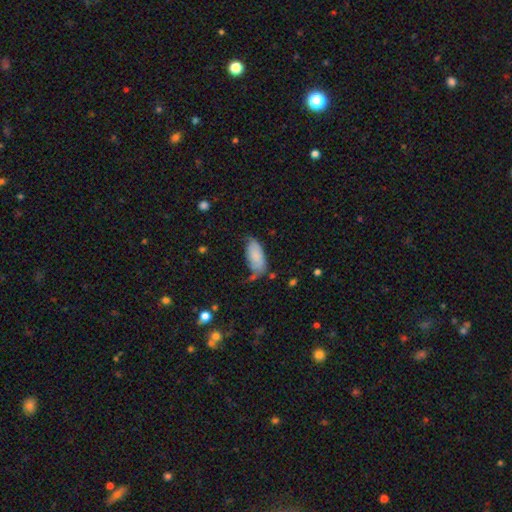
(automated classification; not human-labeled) Smooth or featured? Predicted: smooth (p=0.79). How rounded? Predicted: in between (p=0.92). Merging? Predicted: none (p=0.39).